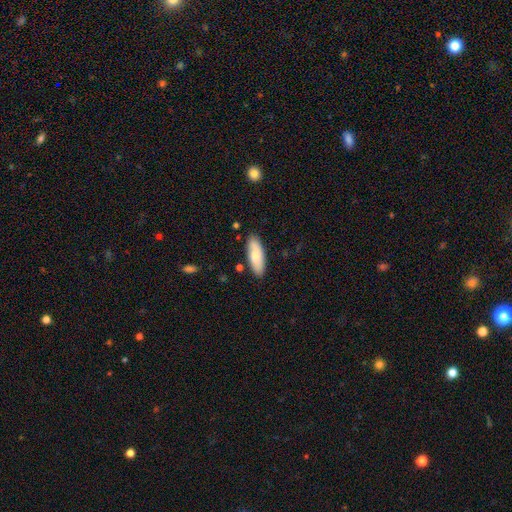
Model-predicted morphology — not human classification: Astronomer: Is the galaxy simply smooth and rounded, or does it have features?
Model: smooth — 76%.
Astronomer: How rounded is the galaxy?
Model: in between — 69%.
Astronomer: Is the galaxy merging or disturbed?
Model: none — 85%.